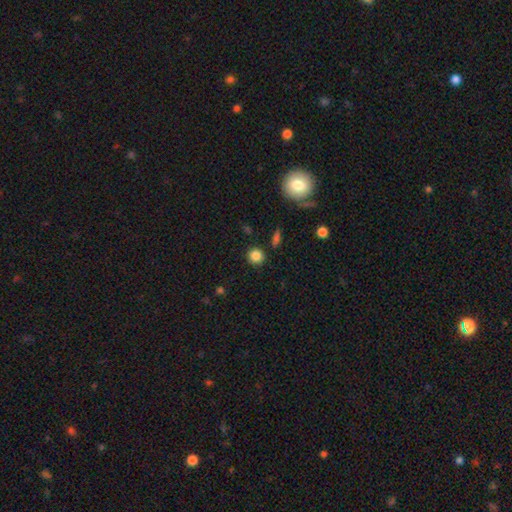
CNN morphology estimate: Smooth or featured?
  - smooth: 84% *
  - star or artifact: 11%
  - featured or disk: 5%
How rounded?
  - round: 91% *
  - in between: 7%
  - cigar-shaped: 1%
Merging?
  - none: 88% *
  - minor disturbance: 7%
  - merger: 3%
  - major disturbance: 2%